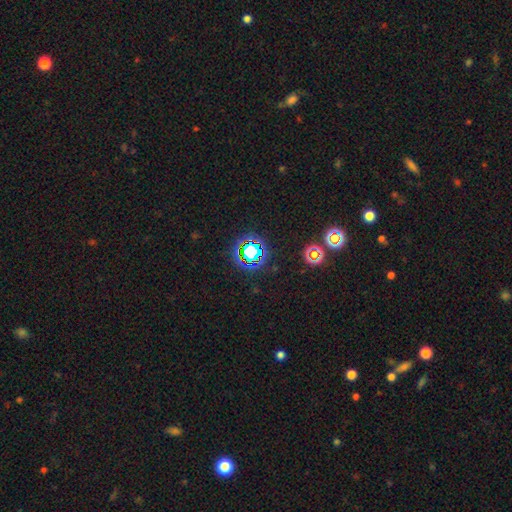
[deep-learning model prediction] This appears to be a star or artifact, not a galaxy (65%).